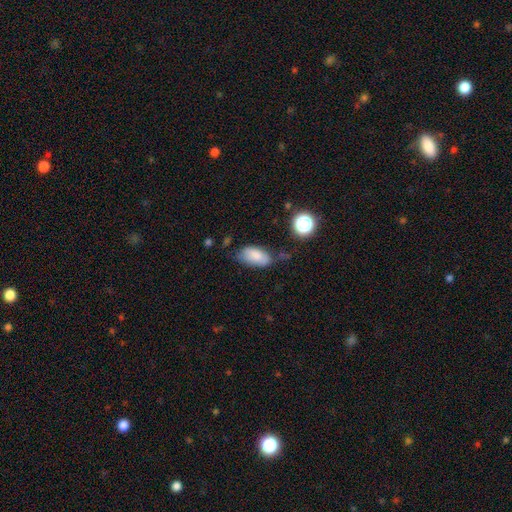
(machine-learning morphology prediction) Overall: smooth (78%). How rounded: in between (93%). Merging: none (57%; minor disturbance 30%).